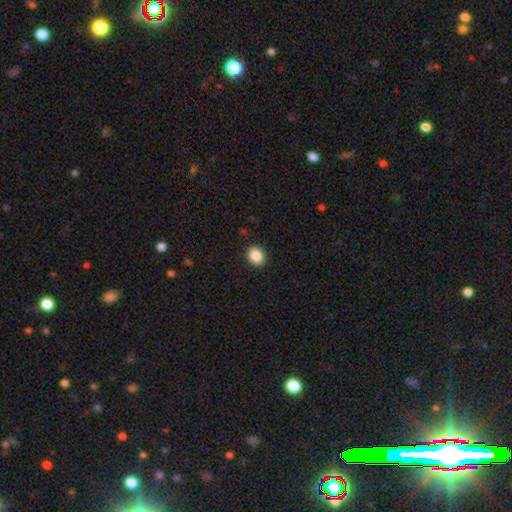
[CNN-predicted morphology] smooth_or_featured: smooth (p=0.88) [alt: star or artifact p=0.09]
how_rounded: in between (p=0.58) [alt: round p=0.41]
merging: none (p=0.91) [alt: minor disturbance p=0.07]